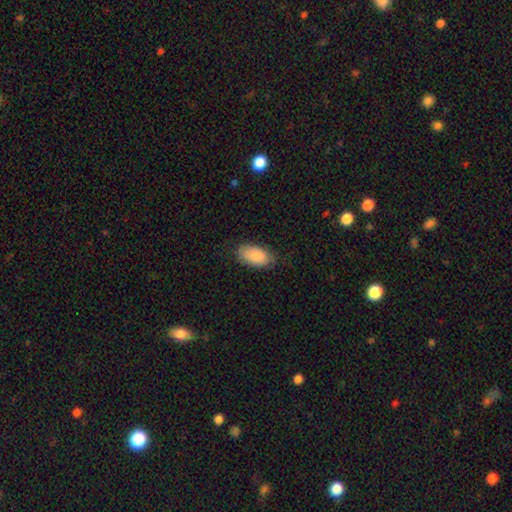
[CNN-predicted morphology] Smooth or featured? smooth (86%)
How rounded? in between (94%)
Merging? none (79%)